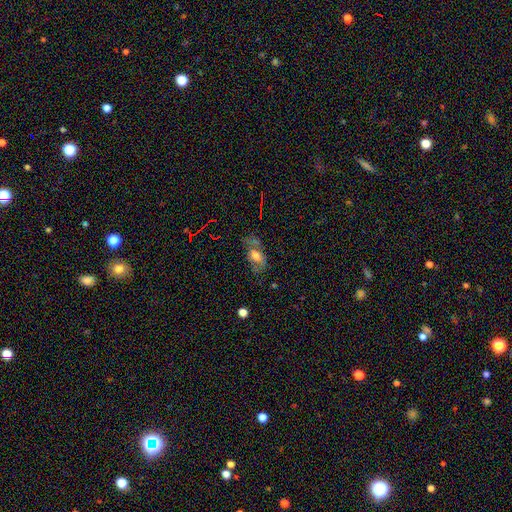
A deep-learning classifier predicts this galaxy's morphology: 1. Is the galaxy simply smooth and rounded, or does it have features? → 56% smooth, 33% featured or disk, 11% star or artifact.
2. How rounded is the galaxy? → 87% in between, 9% round, 4% cigar-shaped.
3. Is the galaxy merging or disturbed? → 43% none, 28% minor disturbance, 18% major disturbance, 11% merger.